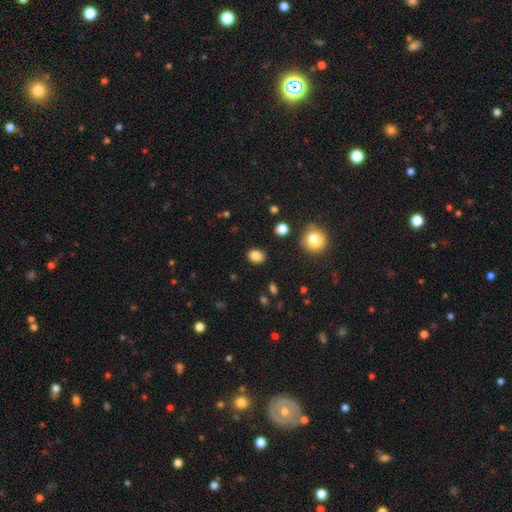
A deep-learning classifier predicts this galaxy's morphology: Smooth or featured: smooth — 85% (star or artifact — 11%)
How rounded: in between — 54% (round — 45%)
Merging: none — 86% (minor disturbance — 9%)